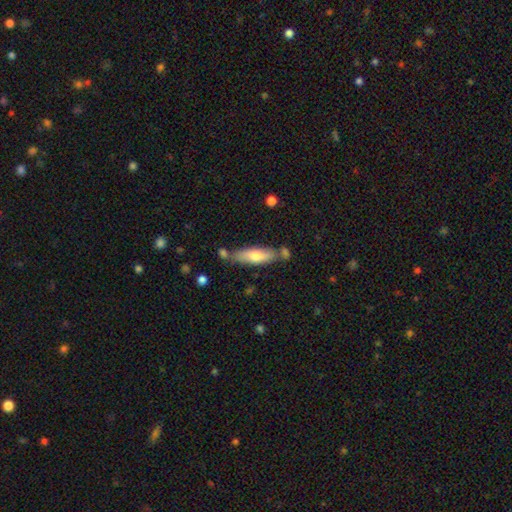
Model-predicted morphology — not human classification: The model was most divided on "how rounded": cigar-shaped: 58%, in between: 41%, round: 2%. More confident: merging — none (68%); smooth or featured — smooth (67%).